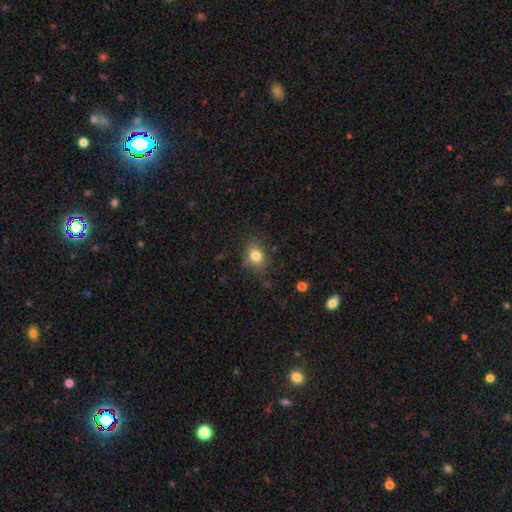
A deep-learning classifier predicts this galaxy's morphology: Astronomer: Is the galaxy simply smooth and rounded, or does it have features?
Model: smooth — 81%.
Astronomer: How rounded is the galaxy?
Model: in between — 64%.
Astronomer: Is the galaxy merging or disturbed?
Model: none — 76%.